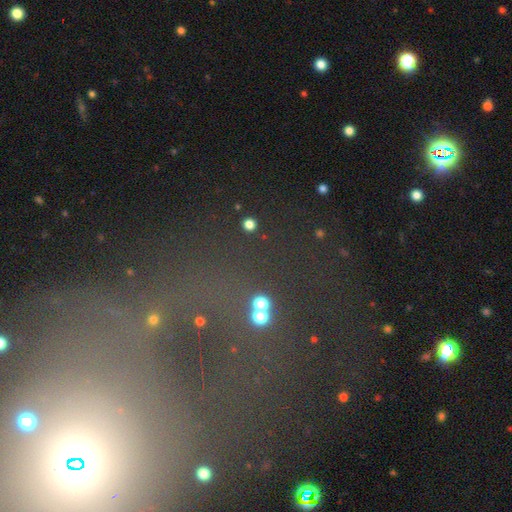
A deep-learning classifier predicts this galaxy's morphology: Smooth or featured? Predicted: star or artifact (p=0.54).